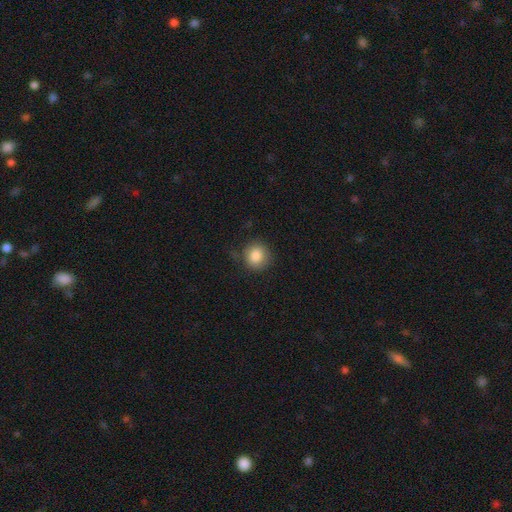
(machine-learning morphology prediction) A smooth galaxy with no disk features (85%) that is round (89%). Merging: none (78%).